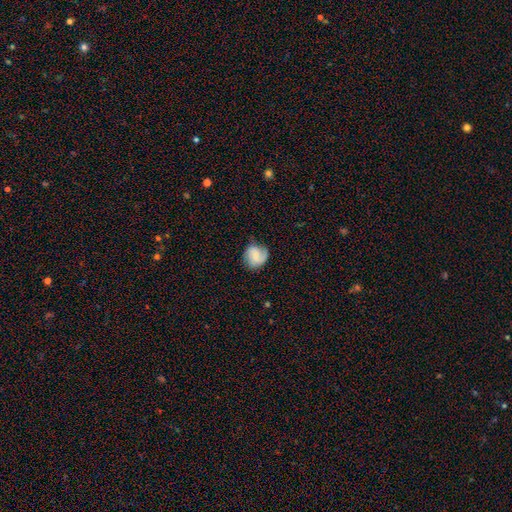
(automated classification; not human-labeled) Smooth or featured? featured or disk (54%)
Edge-on disk? no (98%)
Bar? weak (45%)
Spiral arms? yes (92%)
Bulge size? small (43%)
Merging? none (72%)